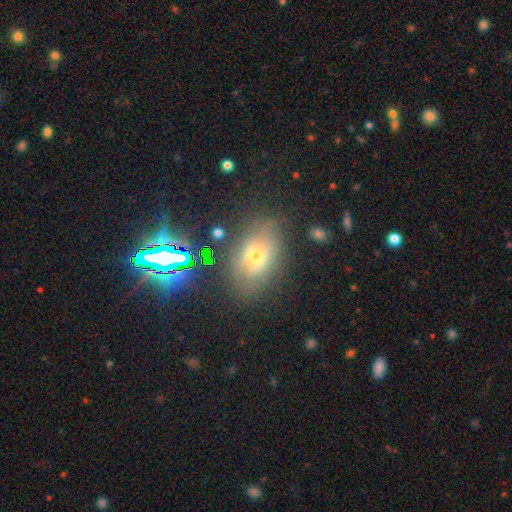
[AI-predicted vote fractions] Smooth or featured?
  - smooth: 49% *
  - featured or disk: 28%
  - star or artifact: 23%
Merging?
  - none: 71% *
  - minor disturbance: 19%
  - major disturbance: 8%
  - merger: 3%